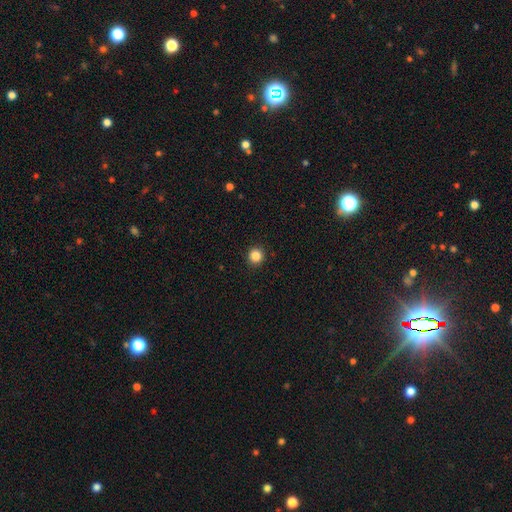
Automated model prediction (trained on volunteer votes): Overall: smooth (86%). How rounded: round (94%). Merging: none (93%).